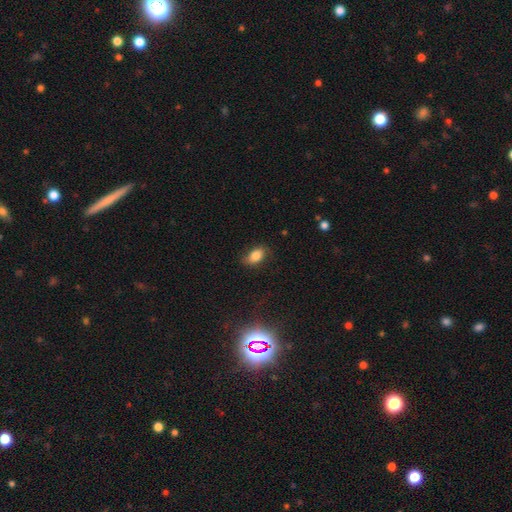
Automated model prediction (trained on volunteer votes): smooth_or_featured: smooth (p=0.79) [alt: featured or disk p=0.12]
how_rounded: in between (p=0.88) [alt: round p=0.09]
merging: none (p=0.72) [alt: minor disturbance p=0.21]